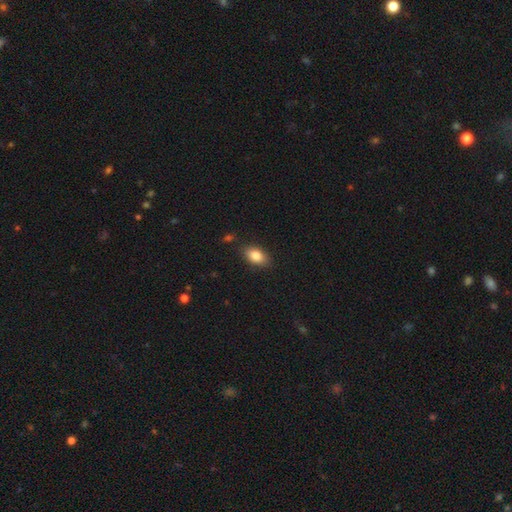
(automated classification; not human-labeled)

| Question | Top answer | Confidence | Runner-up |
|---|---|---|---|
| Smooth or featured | smooth | 85% | star or artifact (8%) |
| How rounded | in between | 88% | round (9%) |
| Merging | none | 83% | minor disturbance (12%) |